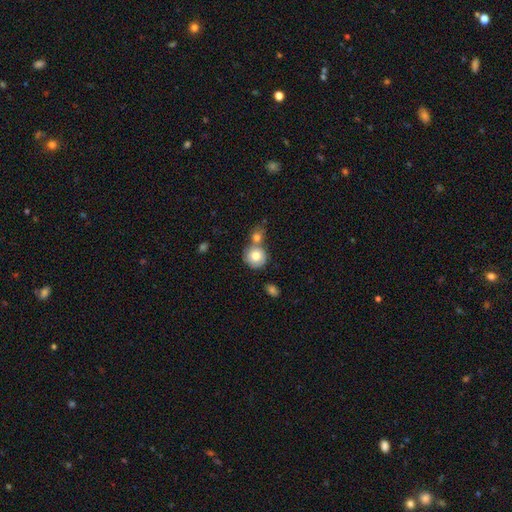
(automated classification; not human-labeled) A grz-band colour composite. It shows a smooth galaxy with no disk features (78%) that is round (86%). Merging: none (46%).